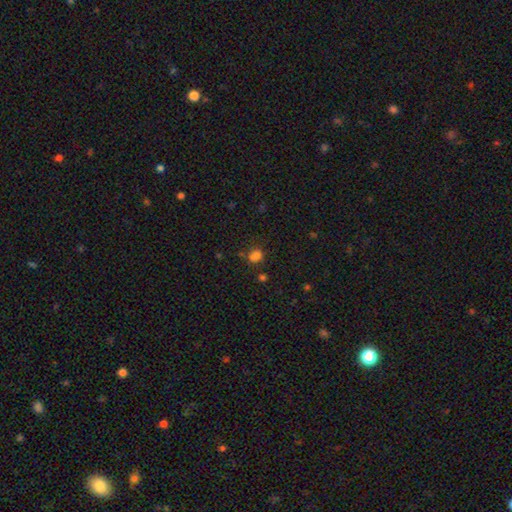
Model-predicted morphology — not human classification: smooth_or_featured: smooth (p=0.70) [alt: star or artifact p=0.21]
how_rounded: round (p=0.70) [alt: in between p=0.29]
merging: none (p=0.54) [alt: merger p=0.27]